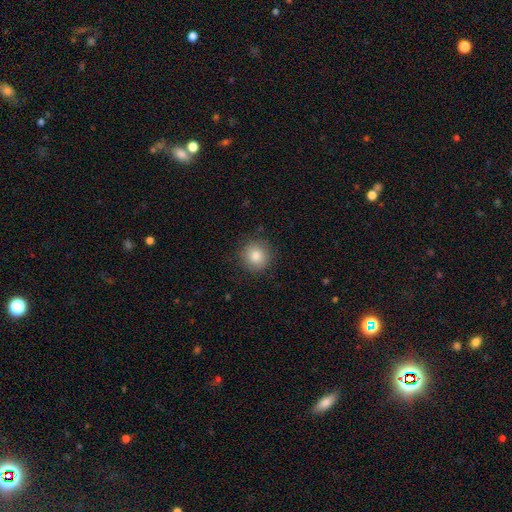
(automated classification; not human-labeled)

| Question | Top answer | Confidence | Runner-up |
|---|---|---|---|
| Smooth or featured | smooth | 83% | star or artifact (10%) |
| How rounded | round | 92% | in between (7%) |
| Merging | none | 88% | minor disturbance (8%) |